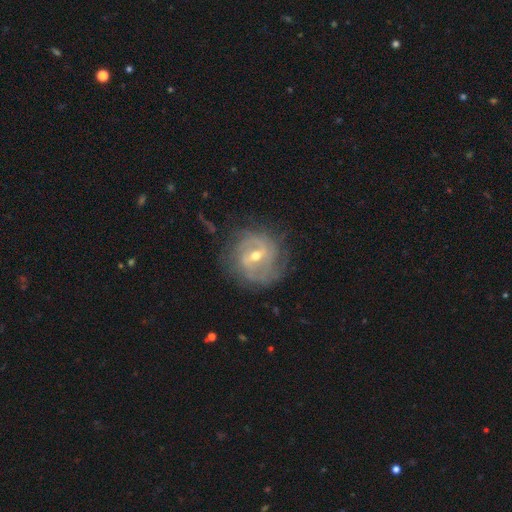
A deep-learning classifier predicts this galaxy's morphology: featured or disk 83%, smooth 10%, star or artifact 7%. Down the decision tree: edge-on disk — no (97%); bar — weak (50%); spiral arms — yes (90%); spiral arm count — 2 (41%); spiral winding — tight (51%); bulge size — moderate (56%); merging — none (75%).